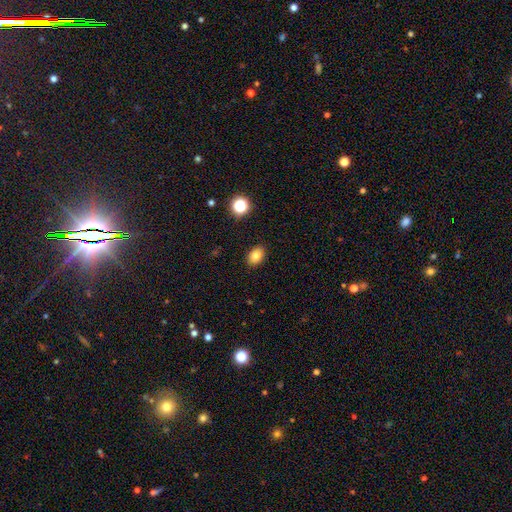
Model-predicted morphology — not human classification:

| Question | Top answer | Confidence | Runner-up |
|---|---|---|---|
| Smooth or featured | smooth | 82% | star or artifact (11%) |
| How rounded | in between | 78% | round (21%) |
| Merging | none | 89% | minor disturbance (8%) |